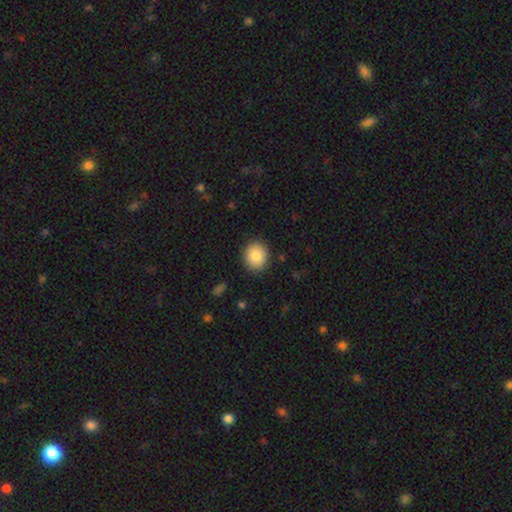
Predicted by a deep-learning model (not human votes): Smooth or featured?
  - smooth: 86% *
  - star or artifact: 8%
  - featured or disk: 6%
How rounded?
  - round: 80% *
  - in between: 19%
  - cigar-shaped: 1%
Merging?
  - none: 89% *
  - minor disturbance: 8%
  - major disturbance: 2%
  - merger: 1%